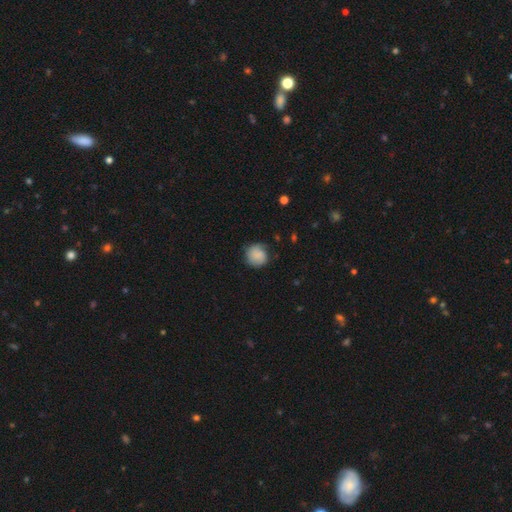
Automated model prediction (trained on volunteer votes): Smooth or featured? Predicted: smooth (p=0.78). How rounded? Predicted: round (p=0.88). Merging? Predicted: none (p=0.75).